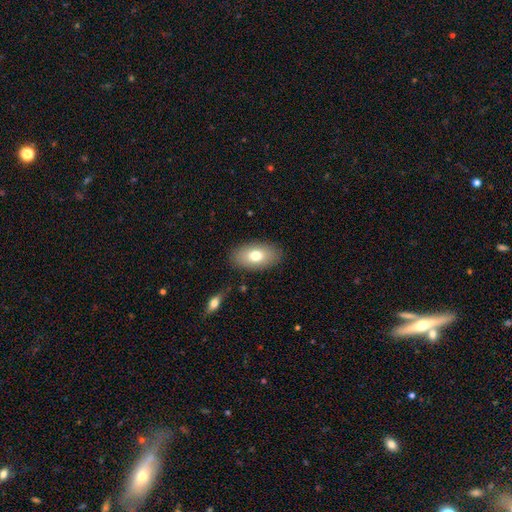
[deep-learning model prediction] The model was most divided on "smooth or featured": smooth: 74%, featured or disk: 19%, star or artifact: 7%. More confident: how rounded — in between (92%); merging — none (85%).